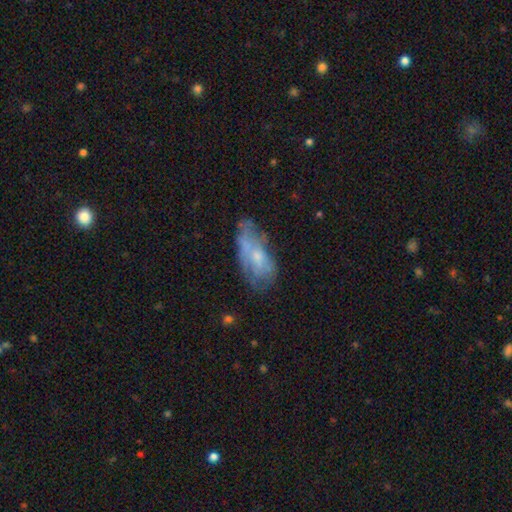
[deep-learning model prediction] This appears to be a featured or disk galaxy (51%). Merging: none (46%).